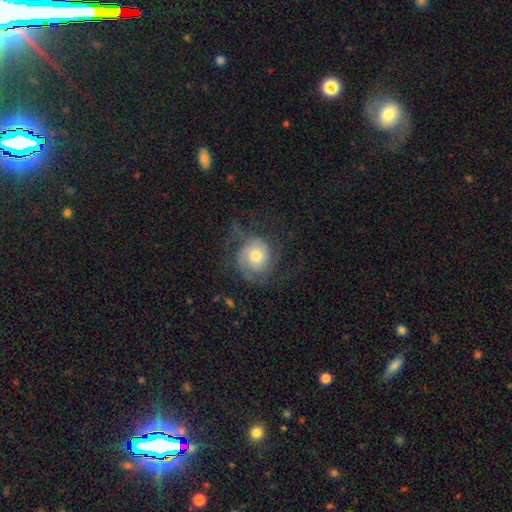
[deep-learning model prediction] Smooth or featured: featured or disk — 58% (smooth — 34%)
Edge-on disk: no — 97% (yes — 3%)
Bar: no — 80% (weak — 17%)
Spiral arms: yes — 83% (no — 17%)
Bulge size: moderate — 62% (small — 21%)
Merging: none — 54% (major disturbance — 24%)